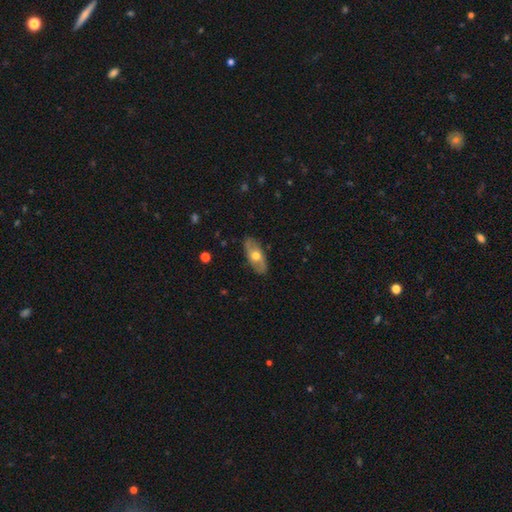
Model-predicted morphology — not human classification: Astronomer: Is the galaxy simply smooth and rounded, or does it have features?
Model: smooth — 48% (runner-up: featured or disk, 46%).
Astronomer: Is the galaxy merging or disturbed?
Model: none — 86%.